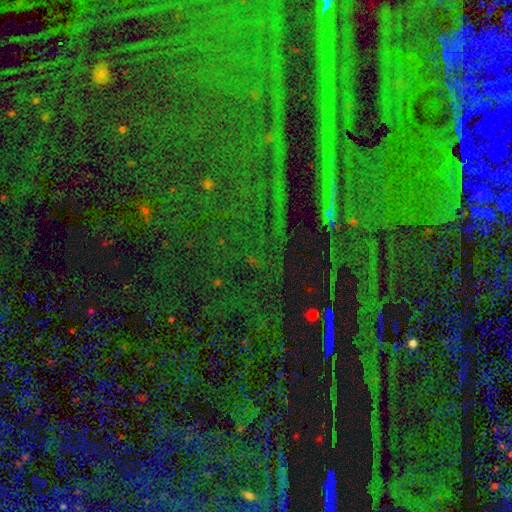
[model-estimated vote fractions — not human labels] A star or artifact, not a galaxy (85%).

Vote fractions:
- Smooth or featured? star or artifact: 85% / smooth: 8% / featured or disk: 7%